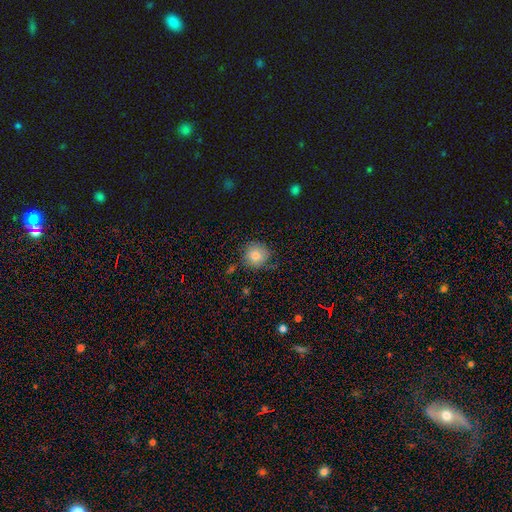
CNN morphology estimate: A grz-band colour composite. It shows a smooth galaxy with no disk features (81%) that is round (93%). Merging: none (80%).